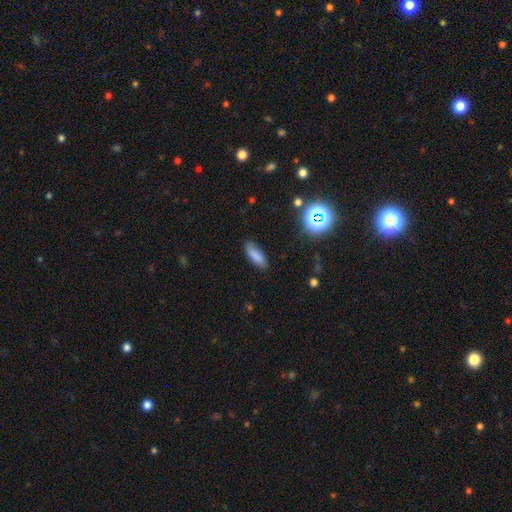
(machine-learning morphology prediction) Smooth or featured?
  - smooth: 80% *
  - star or artifact: 10%
  - featured or disk: 9%
How rounded?
  - in between: 61% *
  - cigar-shaped: 36%
  - round: 2%
Merging?
  - none: 81% *
  - minor disturbance: 15%
  - major disturbance: 3%
  - merger: 2%